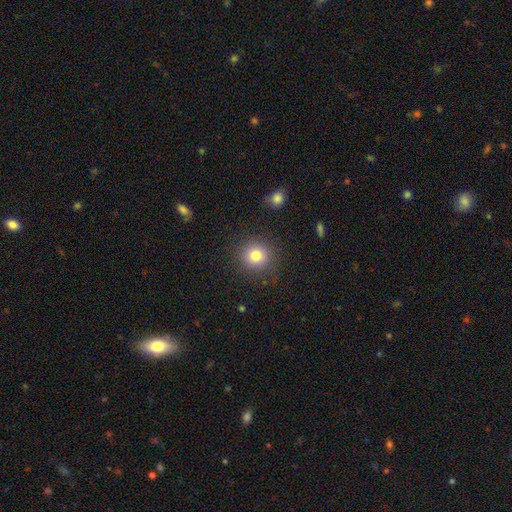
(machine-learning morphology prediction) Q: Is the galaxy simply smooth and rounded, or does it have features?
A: smooth — 80%.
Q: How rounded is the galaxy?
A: round — 92%.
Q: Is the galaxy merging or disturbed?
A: none — 88%.